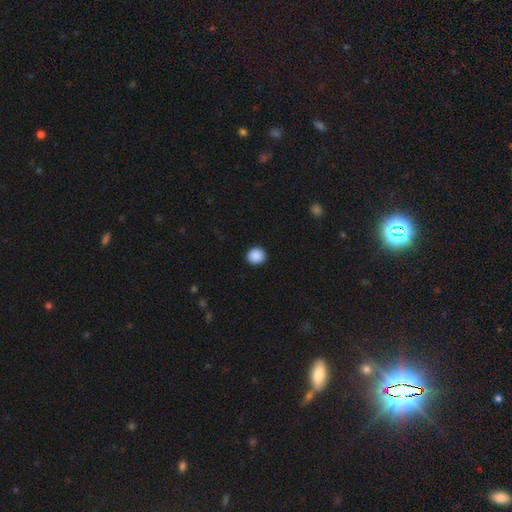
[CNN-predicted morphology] This appears to be a smooth galaxy with no disk features (89%) that is round (89%). Merging: none (93%).